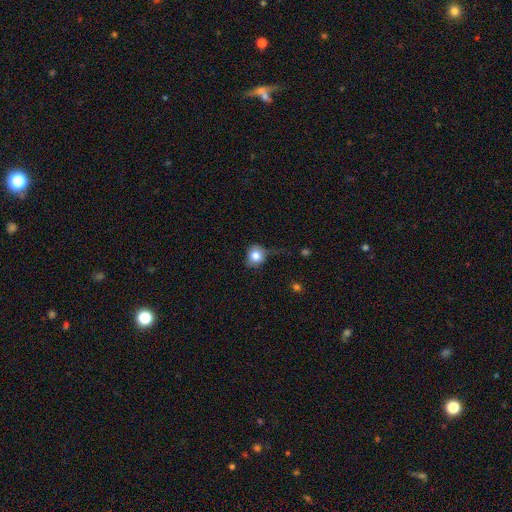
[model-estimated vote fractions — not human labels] Overall: smooth (80%). How rounded: round (82%). Merging: none (54%; minor disturbance 30%).